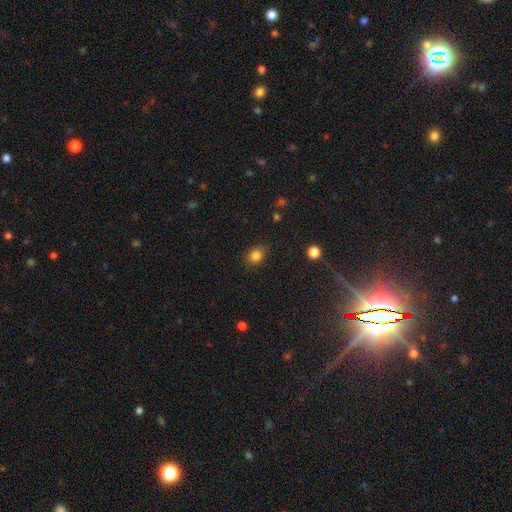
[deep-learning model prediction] Overall: smooth (83%). How rounded: in between (53%; round 46%). Merging: none (84%).